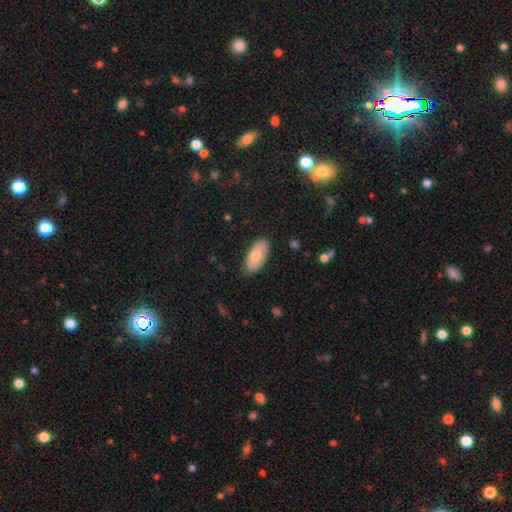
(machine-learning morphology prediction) The model was most divided on "smooth or featured": smooth: 74%, featured or disk: 19%, star or artifact: 6%. More confident: how rounded — in between (92%); merging — none (82%).